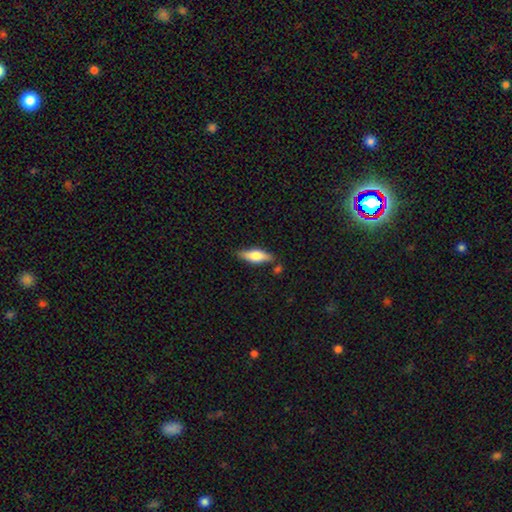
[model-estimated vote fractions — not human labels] smooth-or-featured: smooth: 60% | featured or disk: 33% | star or artifact: 6%
  how-rounded: in between: 58% | cigar-shaped: 39% | round: 3%
  merging: none: 77% | minor disturbance: 15% | merger: 5% | major disturbance: 3%